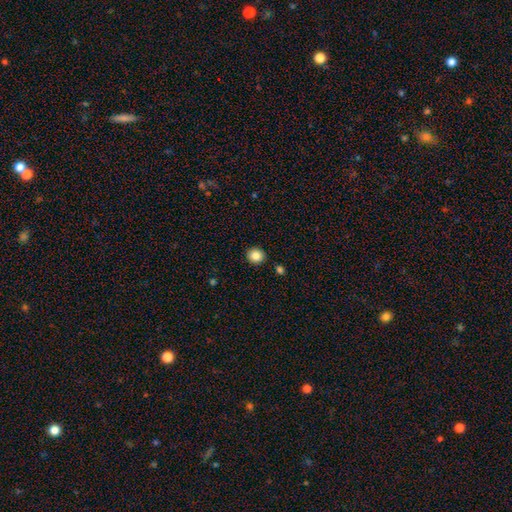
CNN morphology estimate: Smooth or featured? Predicted: smooth (p=0.85). How rounded? Predicted: round (p=0.84). Merging? Predicted: none (p=0.91).